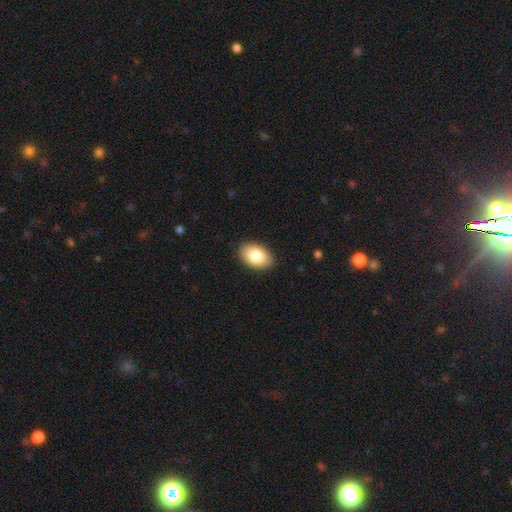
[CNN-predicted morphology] Overall: smooth (83%). How rounded: in between (89%). Merging: none (89%).